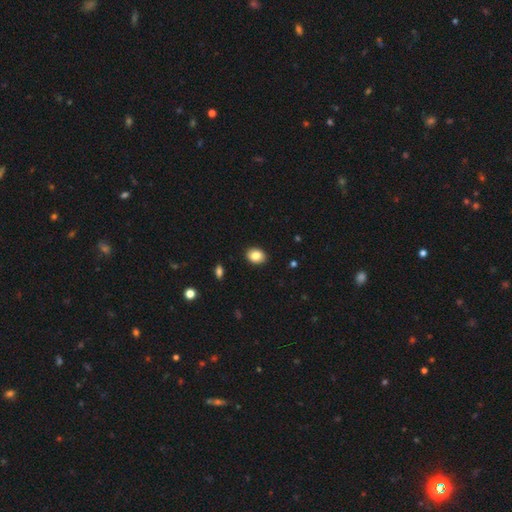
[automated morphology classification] Smooth or featured? smooth (85%)
How rounded? in between (63%)
Merging? none (90%)